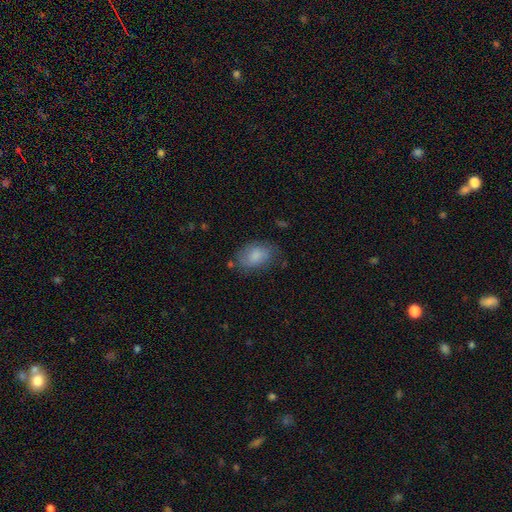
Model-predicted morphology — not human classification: Q: Smooth or featured?
A: smooth (78%); runner-up: featured or disk (14%)
Q: How rounded?
A: in between (85%); runner-up: round (14%)
Q: Merging?
A: none (66%); runner-up: minor disturbance (24%)